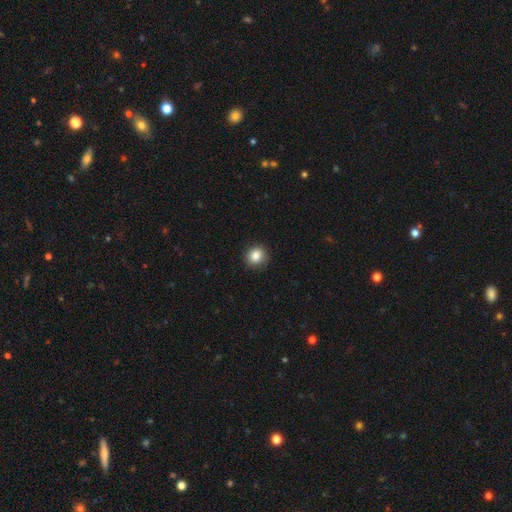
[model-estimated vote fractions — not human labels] Smooth or featured? smooth (84%)
How rounded? round (88%)
Merging? none (90%)